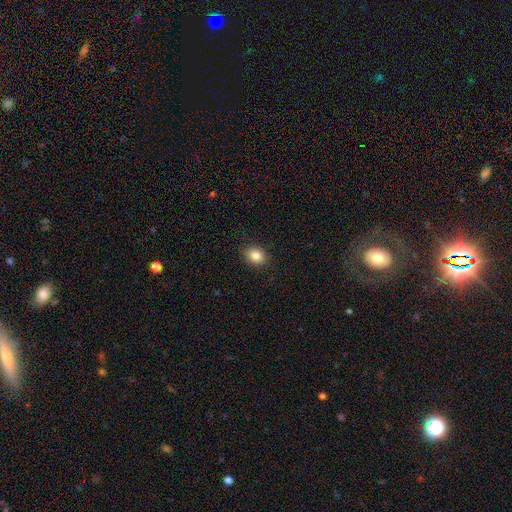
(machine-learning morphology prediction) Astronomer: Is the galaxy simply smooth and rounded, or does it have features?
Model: smooth — 85%.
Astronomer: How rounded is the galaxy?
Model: in between — 55% (runner-up: round, 44%).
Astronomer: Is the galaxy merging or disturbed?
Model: none — 88%.